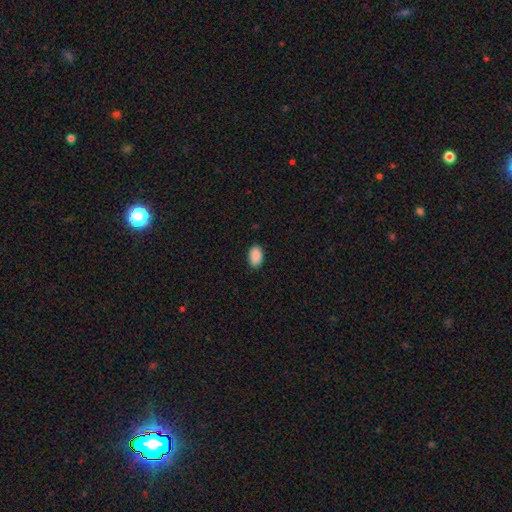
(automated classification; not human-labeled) smooth-or-featured: smooth: 90% | star or artifact: 7% | featured or disk: 3%
  how-rounded: in between: 91% | round: 7% | cigar-shaped: 1%
  merging: none: 88% | minor disturbance: 9% | major disturbance: 2% | merger: 1%